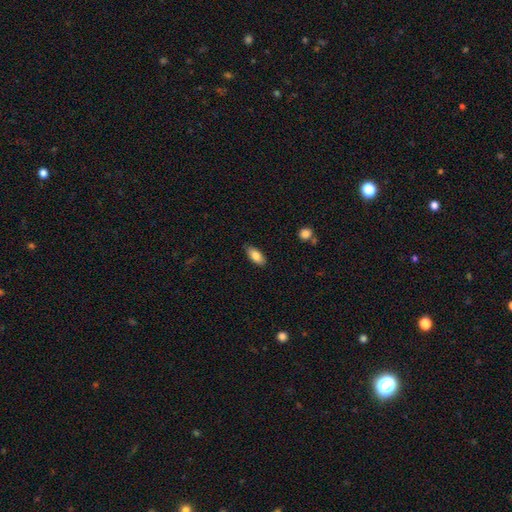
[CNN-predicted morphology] This is clearly a smooth galaxy (83%). How rounded: clearly in between (88%). Merging: clearly none (84%).